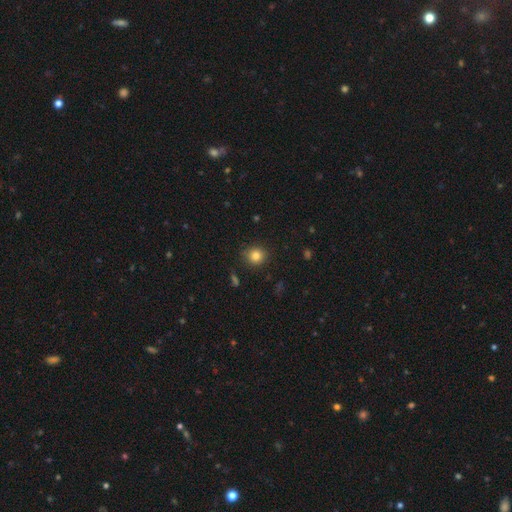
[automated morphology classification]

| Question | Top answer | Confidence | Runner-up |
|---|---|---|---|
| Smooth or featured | smooth | 82% | star or artifact (11%) |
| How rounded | round | 86% | in between (13%) |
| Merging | none | 88% | minor disturbance (9%) |